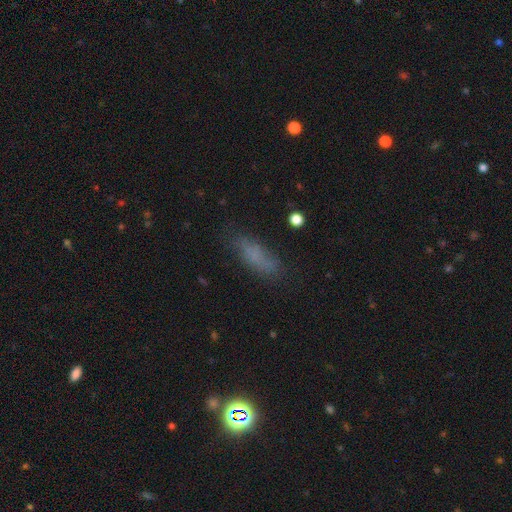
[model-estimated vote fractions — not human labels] smooth 72%, featured or disk 15%, star or artifact 13%. Down the decision tree: how rounded — in between (56%); merging — none (70%).